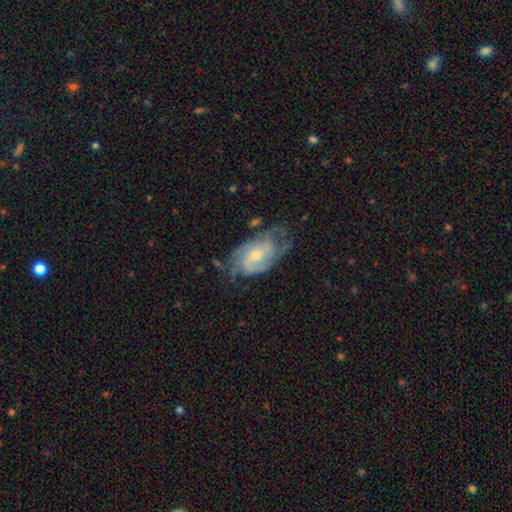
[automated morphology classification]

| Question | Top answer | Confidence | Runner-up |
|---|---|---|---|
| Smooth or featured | featured or disk | 77% | smooth (17%) |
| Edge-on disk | no | 96% | yes (4%) |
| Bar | no | 63% | weak (32%) |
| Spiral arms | yes | 89% | no (11%) |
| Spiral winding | tight | 46% | medium (40%) |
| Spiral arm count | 2 | 42% | can't tell (34%) |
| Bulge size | small | 53% | moderate (41%) |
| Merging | none | 55% | minor disturbance (28%) |